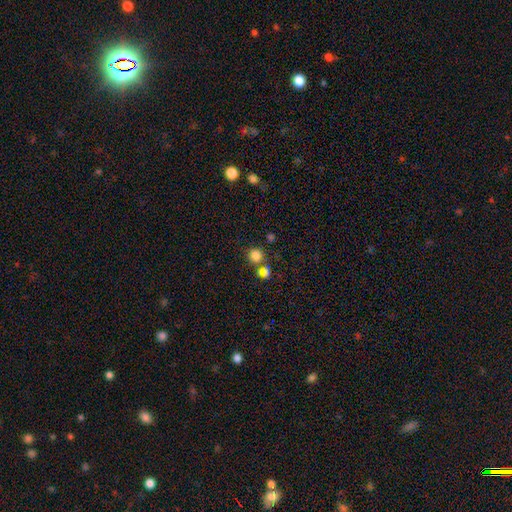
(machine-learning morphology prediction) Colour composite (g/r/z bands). It shows a smooth galaxy with no disk features (81%) that is round (89%). Merging: none (64%).